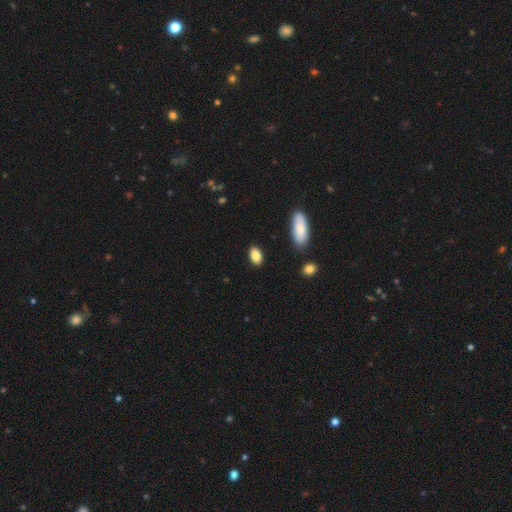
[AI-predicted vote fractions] Smooth or featured? Predicted: smooth (p=0.87). How rounded? Predicted: in between (p=0.90). Merging? Predicted: none (p=0.87).